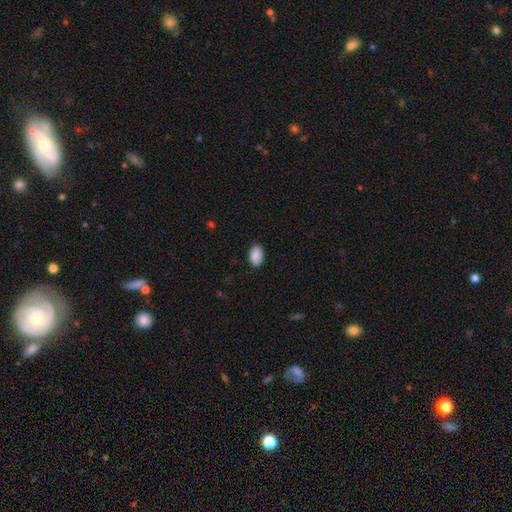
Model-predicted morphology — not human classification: Smooth or featured? Predicted: smooth (p=0.91). How rounded? Predicted: in between (p=0.93). Merging? Predicted: none (p=0.88).